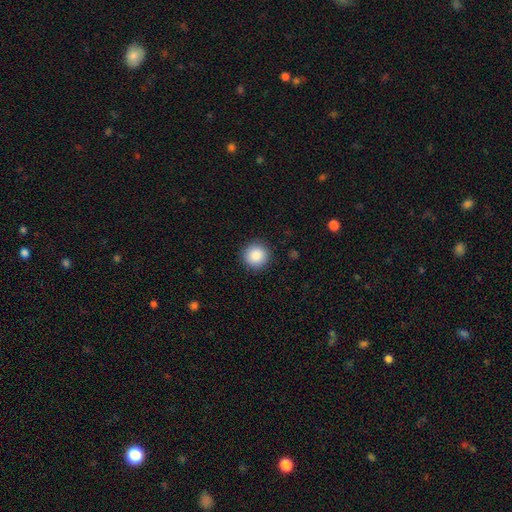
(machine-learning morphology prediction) A smooth galaxy with no disk features (88%) that is round (95%).

Vote fractions:
- Smooth or featured? smooth: 88% / star or artifact: 8% / featured or disk: 3%
- How rounded? round: 95% / in between: 4% / cigar-shaped: 1%
- Merging? none: 92% / minor disturbance: 5% / major disturbance: 2% / merger: 1%